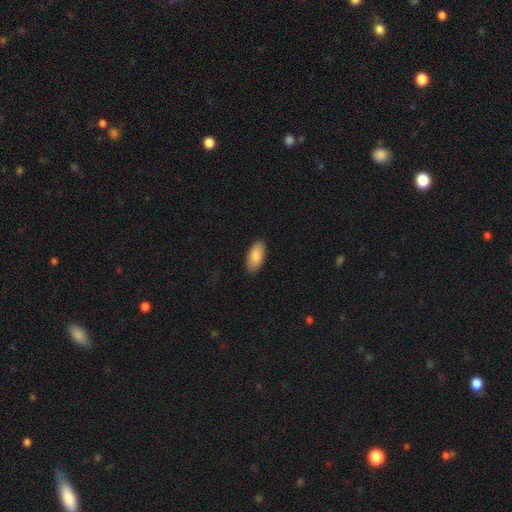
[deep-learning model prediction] smooth-or-featured: smooth: 87% | featured or disk: 7% | star or artifact: 6%
  how-rounded: in between: 92% | cigar-shaped: 6% | round: 2%
  merging: none: 89% | minor disturbance: 8% | major disturbance: 2% | merger: 1%